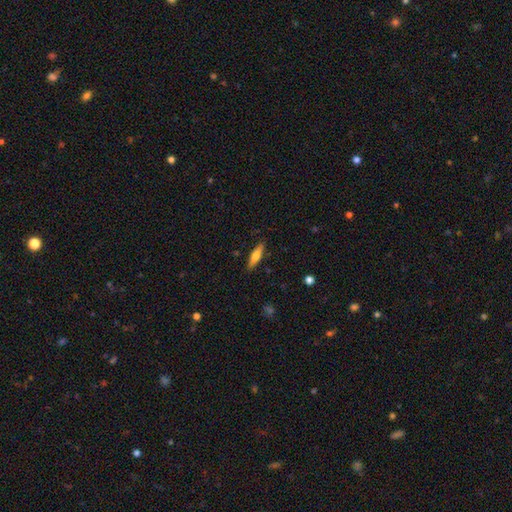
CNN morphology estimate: Smooth or featured? smooth (58%)
How rounded? cigar-shaped (67%)
Merging? none (88%)